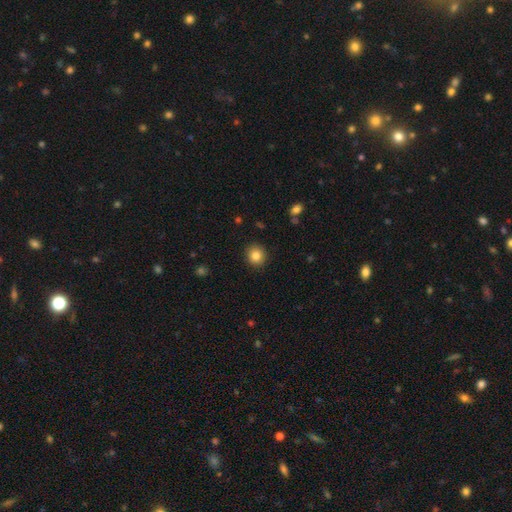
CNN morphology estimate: Smooth or featured? Predicted: smooth (p=0.84). How rounded? Predicted: round (p=0.87). Merging? Predicted: none (p=0.91).